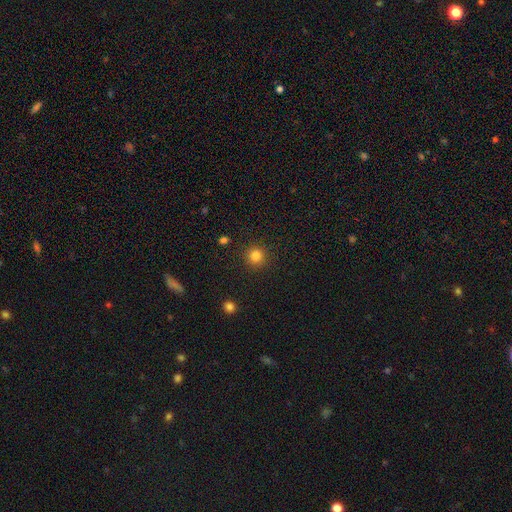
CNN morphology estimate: Overall: smooth (82%). How rounded: round (94%). Merging: none (91%).